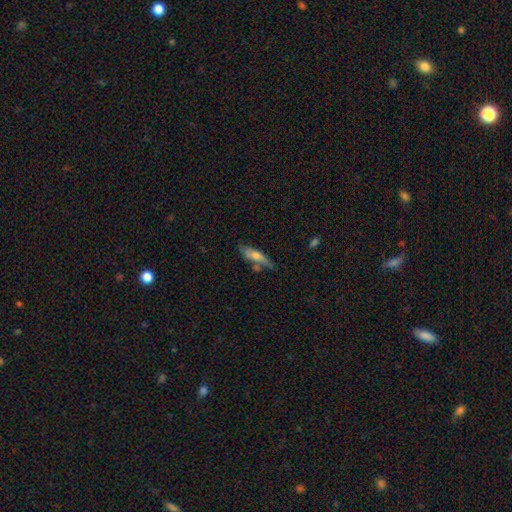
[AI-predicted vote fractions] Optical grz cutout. It shows a smooth galaxy with no disk features (55%) that is cigar-shaped (68%). Merging: none (55%).